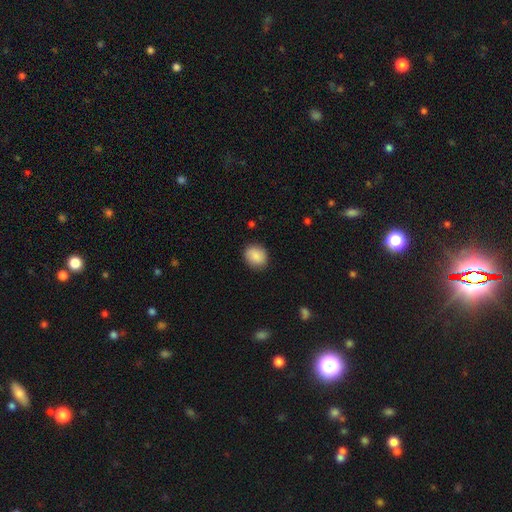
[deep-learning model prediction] smooth_or_featured: smooth (p=0.88) [alt: star or artifact p=0.07]
how_rounded: round (p=0.57) [alt: in between p=0.42]
merging: none (p=0.87) [alt: minor disturbance p=0.10]